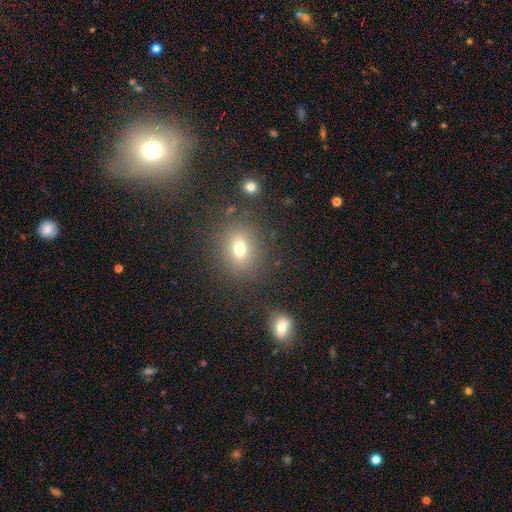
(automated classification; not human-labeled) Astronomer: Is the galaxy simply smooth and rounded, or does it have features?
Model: smooth — 60%.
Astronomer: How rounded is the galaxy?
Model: round — 62%.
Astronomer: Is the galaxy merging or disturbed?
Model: none — 84%.